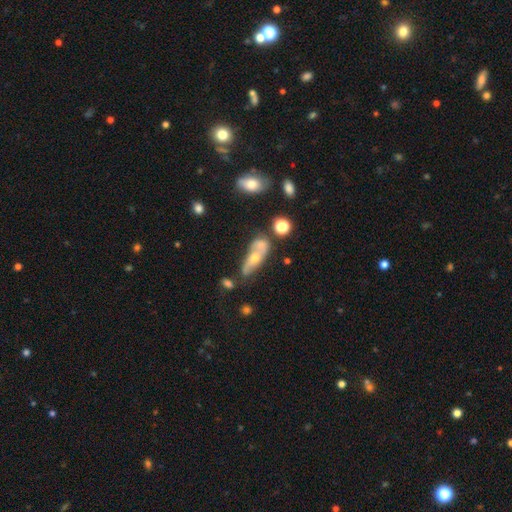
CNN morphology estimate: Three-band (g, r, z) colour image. It shows a featured or disk galaxy (52%). Merging: none (38%).